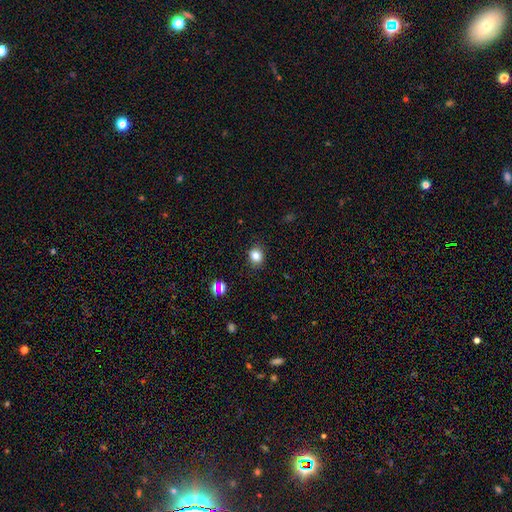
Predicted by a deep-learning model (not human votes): The model was most divided on "how rounded": round: 69%, in between: 30%, cigar-shaped: 1%. More confident: merging — none (88%); smooth or featured — smooth (81%).